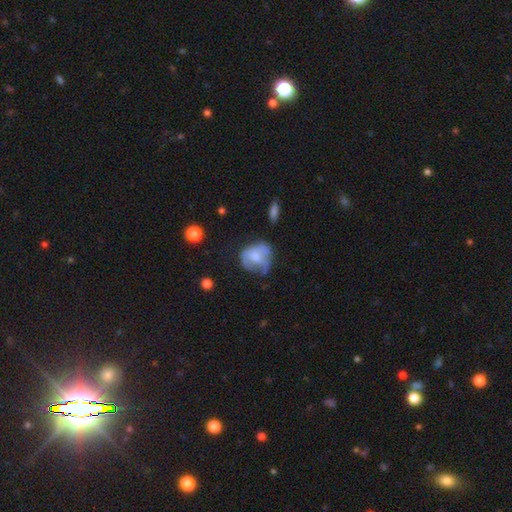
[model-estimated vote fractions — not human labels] Smooth or featured? Predicted: smooth (p=0.51). How rounded? Predicted: round (p=0.61). Merging? Predicted: none (p=0.37).